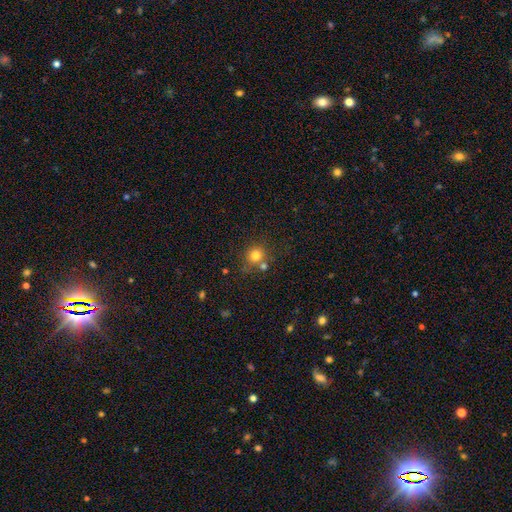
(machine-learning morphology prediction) This appears to be a smooth galaxy with no disk features (78%) that is round (89%). Merging: none (66%).